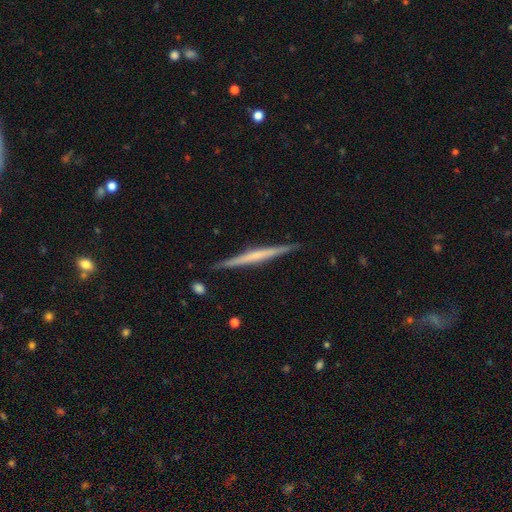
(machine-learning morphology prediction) A featured or disk galaxy (68%) viewed edge-on (98%) with no central bulge (57%).

Vote fractions:
- Smooth or featured? featured or disk: 68% / smooth: 27% / star or artifact: 5%
- Edge-on disk? yes: 98% / no: 2%
- Edge-on bulge? none: 57% / rounded: 31% / boxy: 12%
- Merging? none: 90% / minor disturbance: 7% / major disturbance: 1% / merger: 1%